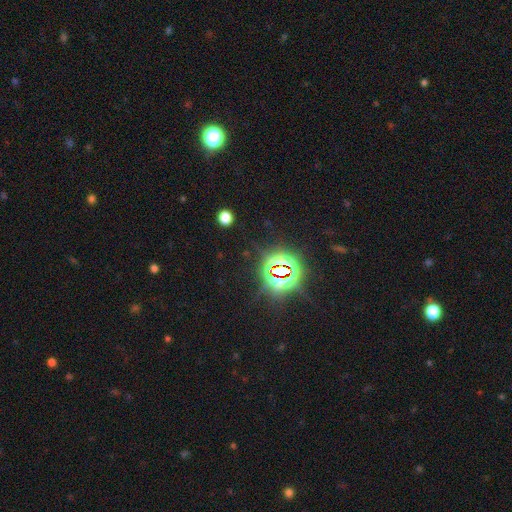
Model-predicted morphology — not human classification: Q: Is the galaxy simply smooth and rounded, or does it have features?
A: star or artifact — 84%.